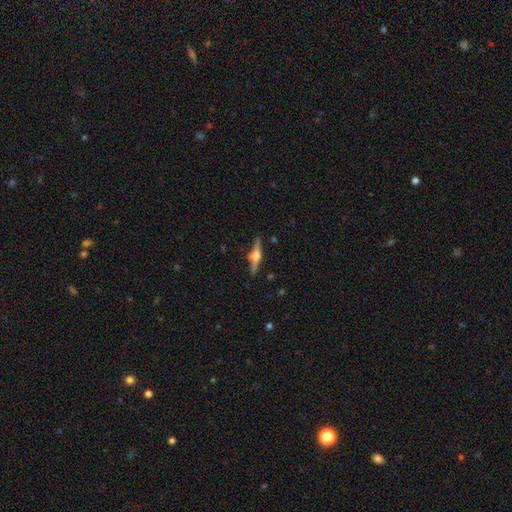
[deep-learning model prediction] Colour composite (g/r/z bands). It shows a featured or disk galaxy (77%) viewed edge-on (98%) with a rounded central bulge (92%). Merging: none (87%).